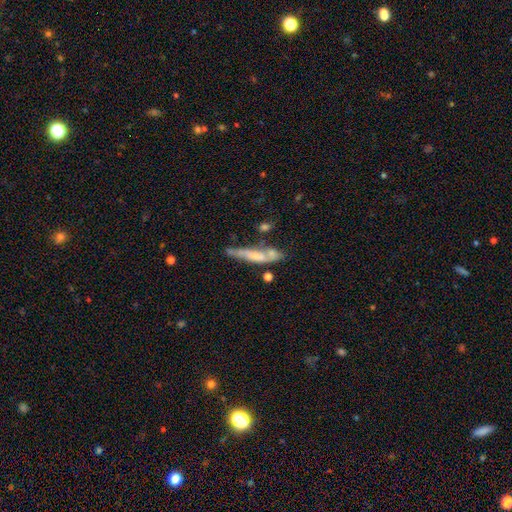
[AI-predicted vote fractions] The model was most divided on "smooth or featured": smooth: 48%, featured or disk: 45%, star or artifact: 7%. Remaining: merging — none (47%).